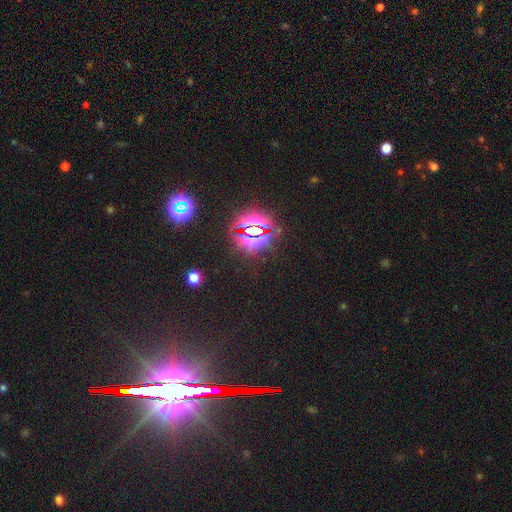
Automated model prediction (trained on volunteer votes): Overall: star or artifact (77%).